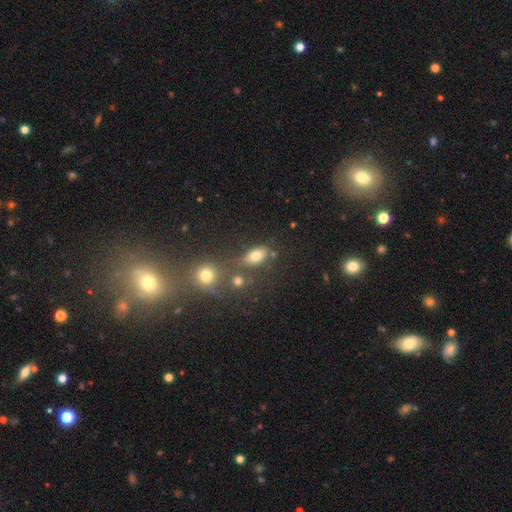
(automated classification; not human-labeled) A smooth galaxy with no disk features (74%) that is in between round and cigar-shaped (80%).

Vote fractions:
- Smooth or featured? smooth: 74% / star or artifact: 15% / featured or disk: 11%
- How rounded? in between: 80% / round: 16% / cigar-shaped: 4%
- Merging? none: 63% / merger: 17% / minor disturbance: 13% / major disturbance: 6%